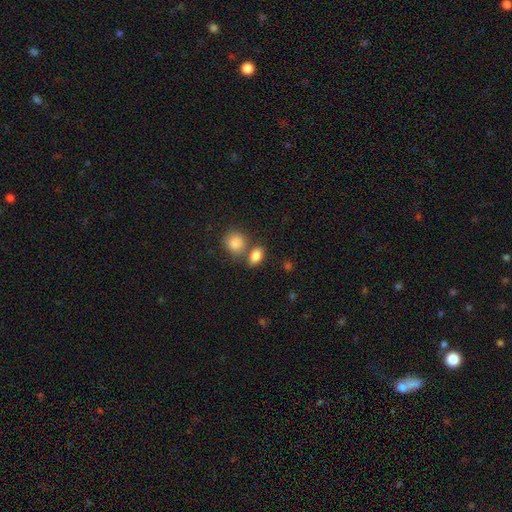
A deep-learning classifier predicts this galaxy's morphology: This appears to be a smooth galaxy with no disk features (85%) that is in between round and cigar-shaped (77%). Merging: none (57%).